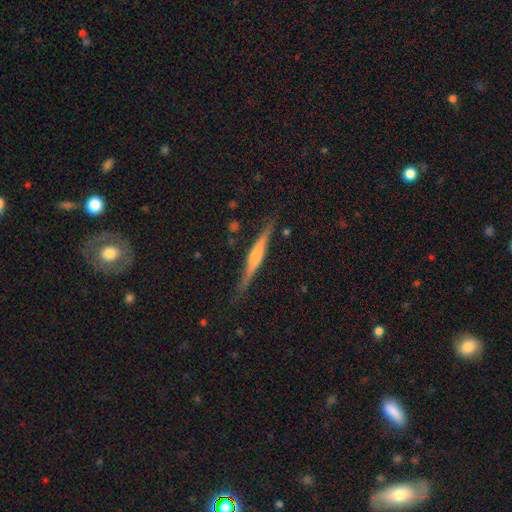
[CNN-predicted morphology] Overall: featured or disk (72%). Edge-on disk: yes (98%). Edge-on bulge: rounded (72%). Merging: none (85%).